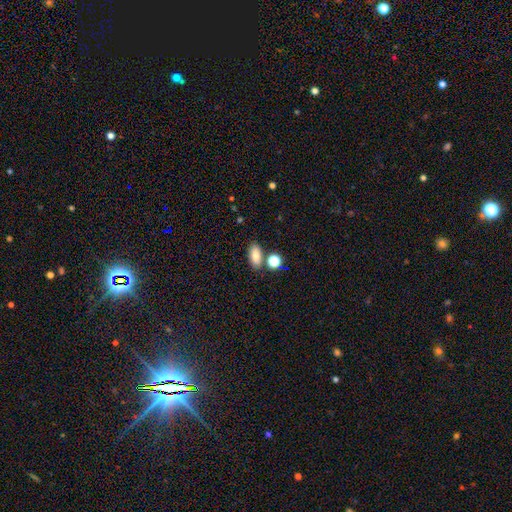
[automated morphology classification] Smooth or featured? smooth (81%)
How rounded? in between (88%)
Merging? none (73%)